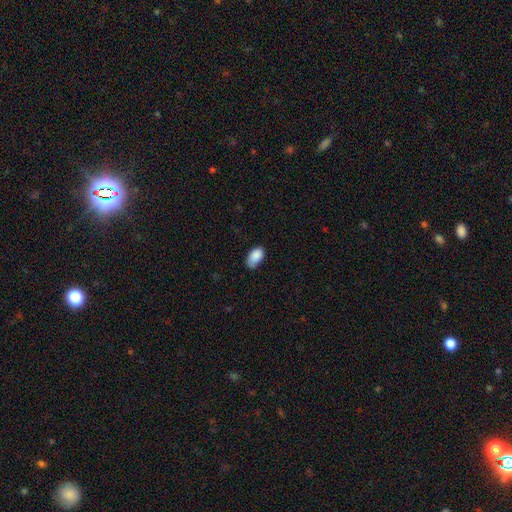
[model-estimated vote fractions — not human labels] A smooth galaxy with no disk features (87%) that is in between round and cigar-shaped (94%). Merging: none (63%).